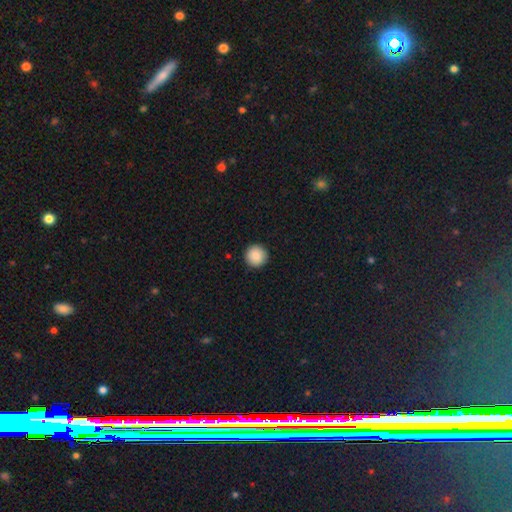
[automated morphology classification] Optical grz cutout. It shows a smooth galaxy with no disk features (89%) that is round (96%). Merging: none (93%).